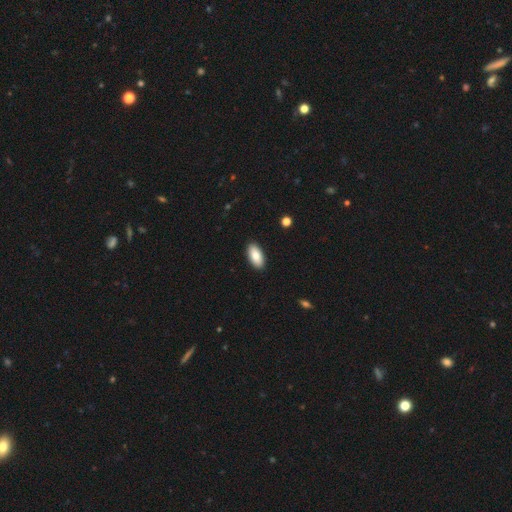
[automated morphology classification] Overall: smooth (86%). How rounded: in between (92%). Merging: none (90%).